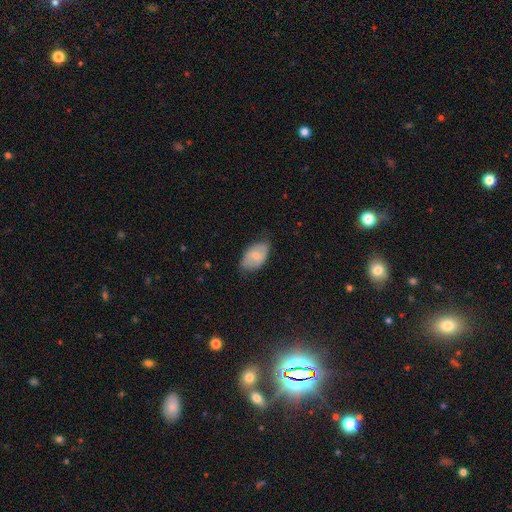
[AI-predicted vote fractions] The model was most divided on "smooth or featured": smooth: 62%, featured or disk: 32%, star or artifact: 6%. More confident: how rounded — in between (92%); merging — none (70%).